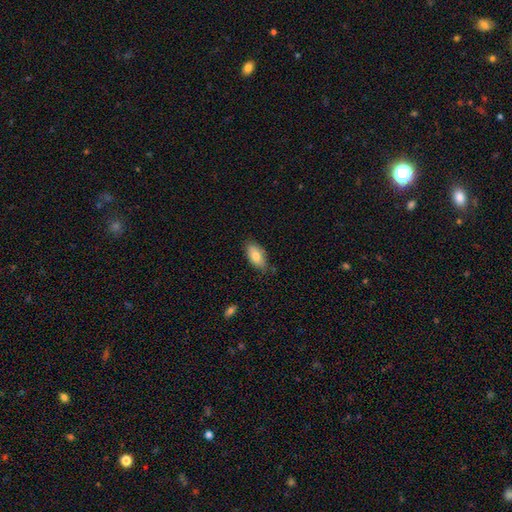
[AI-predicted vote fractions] The model was most divided on "merging": none: 75%, minor disturbance: 20%, major disturbance: 3%, merger: 2%. More confident: how rounded — in between (92%); smooth or featured — smooth (81%).